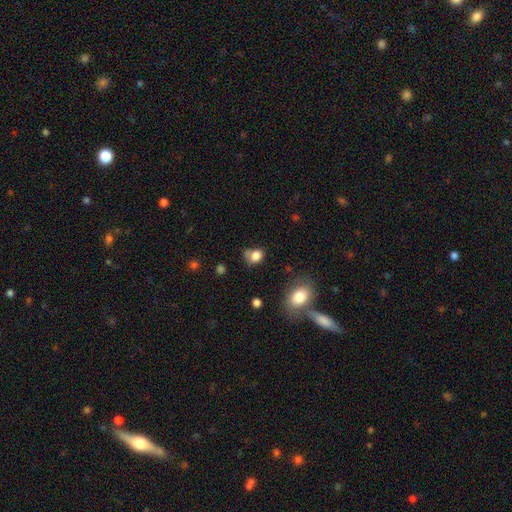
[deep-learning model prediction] Smooth or featured: smooth — 80% (star or artifact — 11%)
How rounded: in between — 51% (round — 48%)
Merging: none — 46% (minor disturbance — 28%)